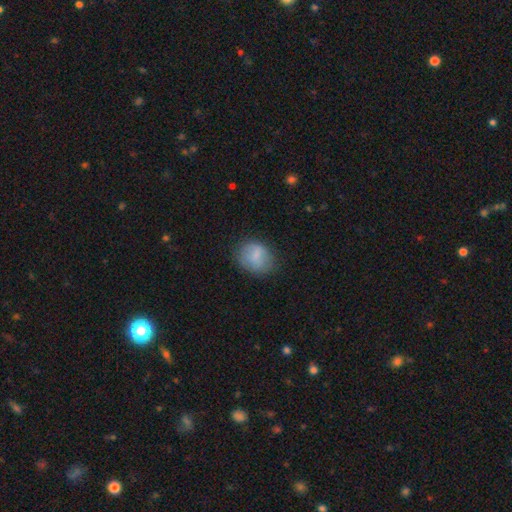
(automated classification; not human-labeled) This is likely a smooth galaxy (77%). How rounded: possibly round (58%). Merging: likely none (72%).